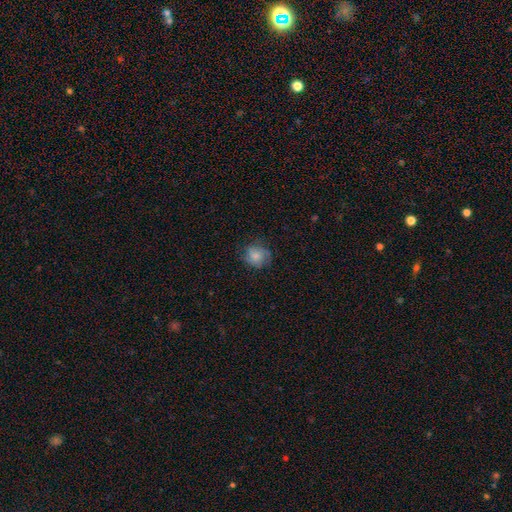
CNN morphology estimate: The model was most divided on "smooth or featured": smooth: 66%, featured or disk: 25%, star or artifact: 9%. More confident: how rounded — round (78%); merging — none (70%).